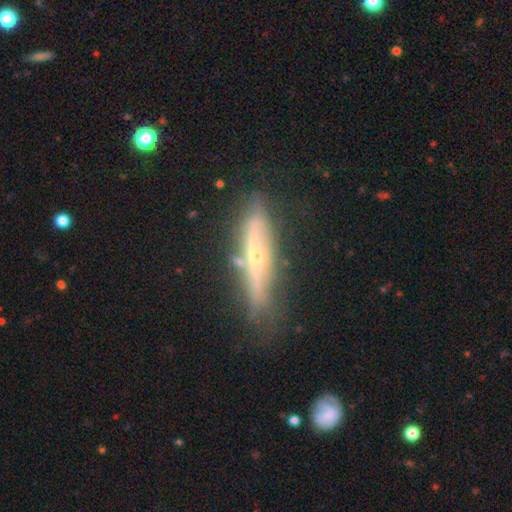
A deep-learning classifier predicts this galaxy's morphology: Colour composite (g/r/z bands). It shows a featured or disk galaxy (71%) viewed edge-on (88%) with a rounded central bulge (72%). Merging: none (70%).